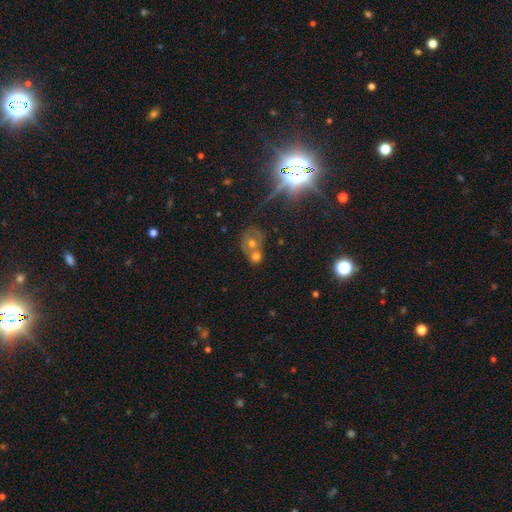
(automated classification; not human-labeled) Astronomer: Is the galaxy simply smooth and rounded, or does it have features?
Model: smooth — 50% (runner-up: featured or disk, 26%).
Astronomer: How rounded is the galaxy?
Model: round — 67%.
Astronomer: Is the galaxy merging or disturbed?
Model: merger — 56%.